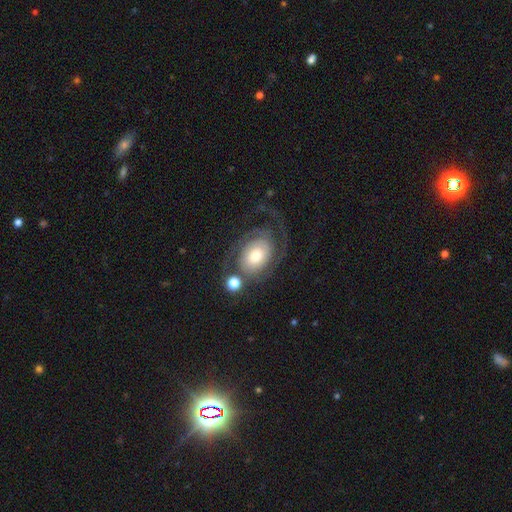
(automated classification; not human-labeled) Morphology: type=featured or disk (76%); edge-on=no (96%); bar=no (75%); spiral arms=yes (91%); winding=tight (45%); arm count=2 (61%); bulge=moderate (49%); merging=none (52%).